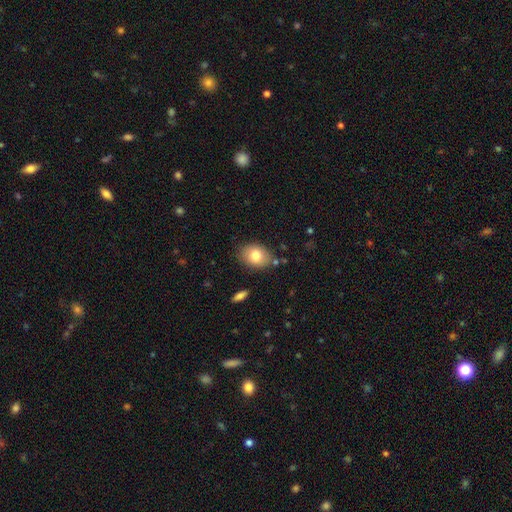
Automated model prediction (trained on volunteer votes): Smooth or featured?
  - smooth: 79% *
  - featured or disk: 13%
  - star or artifact: 8%
How rounded?
  - in between: 68% *
  - round: 31%
  - cigar-shaped: 1%
Merging?
  - none: 82% *
  - minor disturbance: 12%
  - merger: 3%
  - major disturbance: 3%